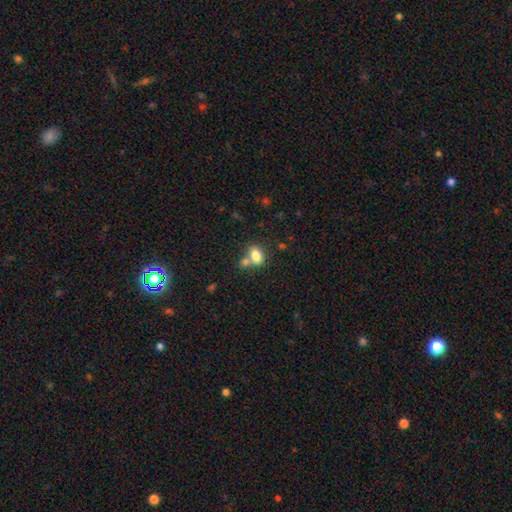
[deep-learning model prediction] Q: Smooth or featured?
A: smooth (81%); runner-up: star or artifact (10%)
Q: How rounded?
A: in between (77%); runner-up: round (21%)
Q: Merging?
A: none (49%); runner-up: merger (37%)